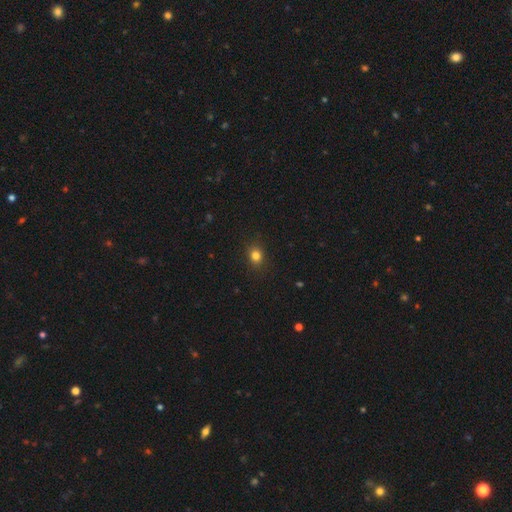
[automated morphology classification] type=smooth (82%); roundness=round (66%); merging=none (89%).